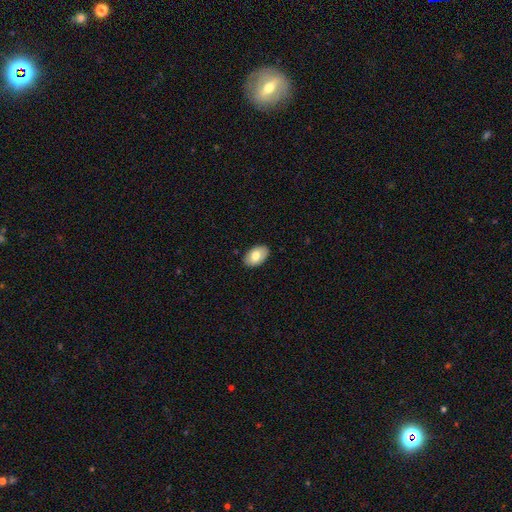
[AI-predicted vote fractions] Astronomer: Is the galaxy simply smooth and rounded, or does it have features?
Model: smooth — 76%.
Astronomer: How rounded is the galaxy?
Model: in between — 92%.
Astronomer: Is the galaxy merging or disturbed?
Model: none — 88%.